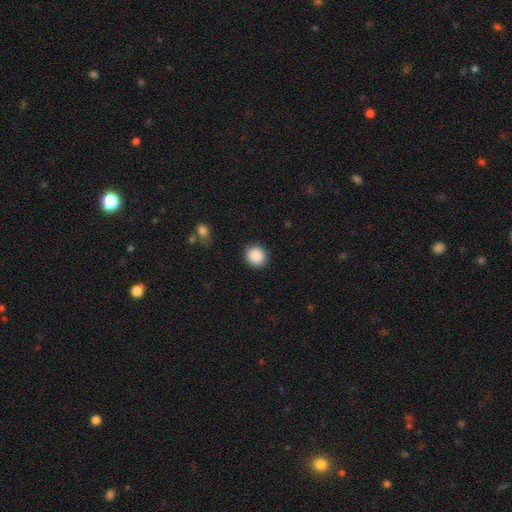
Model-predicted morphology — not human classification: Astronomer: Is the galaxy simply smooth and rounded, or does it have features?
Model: smooth — 89%.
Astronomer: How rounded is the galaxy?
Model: round — 84%.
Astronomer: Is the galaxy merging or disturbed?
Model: none — 90%.